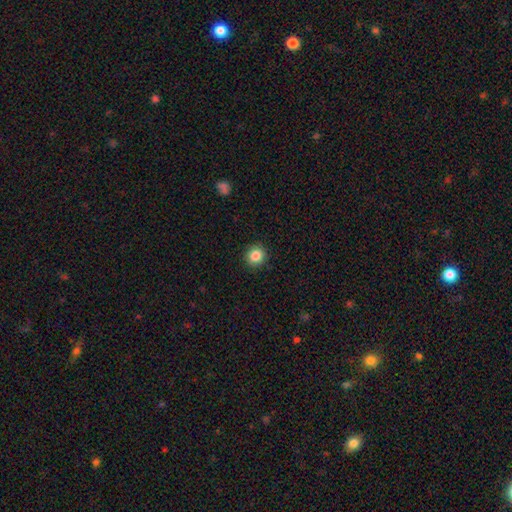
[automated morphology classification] smooth 86%, star or artifact 10%, featured or disk 5%. Down the decision tree: how rounded — round (90%); merging — none (91%).